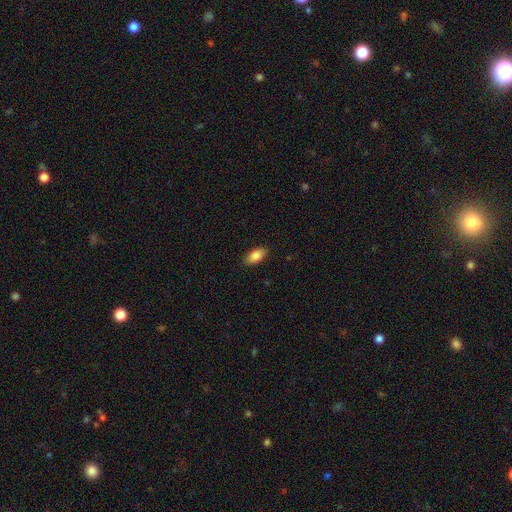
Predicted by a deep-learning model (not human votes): smooth_or_featured: smooth (p=0.85) [alt: featured or disk p=0.08]
how_rounded: in between (p=0.91) [alt: cigar-shaped p=0.05]
merging: none (p=0.88) [alt: minor disturbance p=0.09]